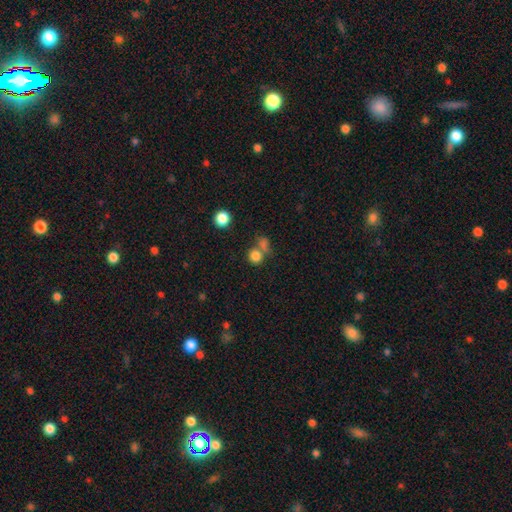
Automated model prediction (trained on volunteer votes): A smooth galaxy with no disk features (80%) that is round (87%). Merging: none (54%).